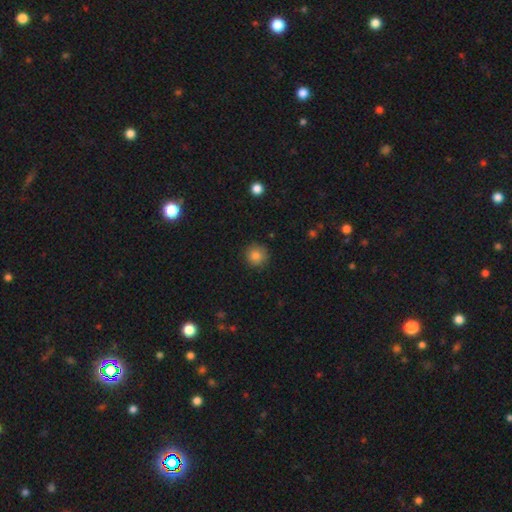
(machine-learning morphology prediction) Smooth or featured? smooth (84%)
How rounded? round (94%)
Merging? none (88%)